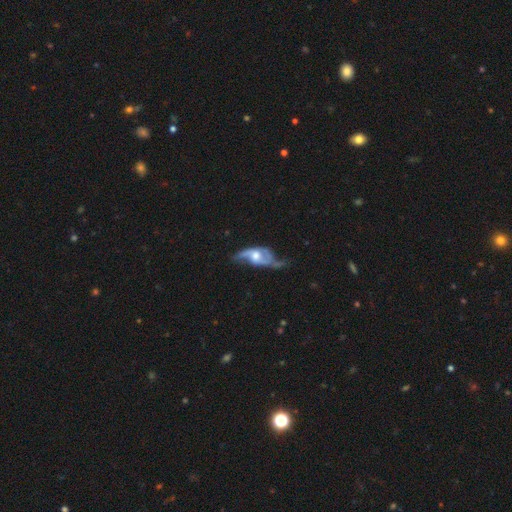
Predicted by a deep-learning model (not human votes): Smooth or featured: featured or disk — 80% (smooth — 14%)
Edge-on disk: no — 91% (yes — 9%)
Bar: no — 58% (weak — 33%)
Spiral arms: yes — 89% (no — 11%)
Spiral winding: loose — 57% (medium — 32%)
Spiral arm count: 2 — 80% (can't tell — 7%)
Bulge size: moderate — 61% (large — 17%)
Merging: none — 37% (major disturbance — 31%)